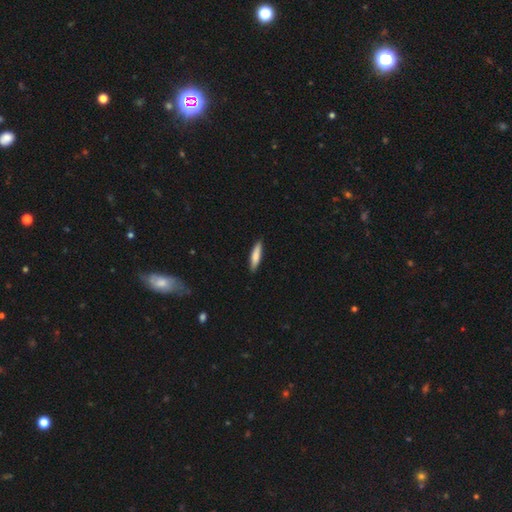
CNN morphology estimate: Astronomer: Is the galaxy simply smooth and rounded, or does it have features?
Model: smooth — 77%.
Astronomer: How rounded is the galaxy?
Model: cigar-shaped — 81%.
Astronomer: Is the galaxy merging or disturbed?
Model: none — 89%.